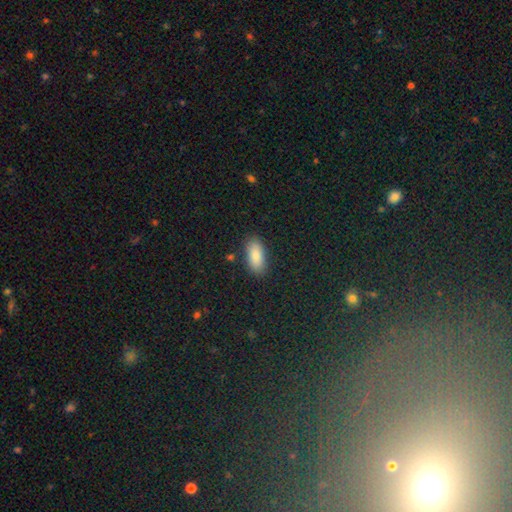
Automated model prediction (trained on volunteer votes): A smooth galaxy with no disk features (87%) that is in between round and cigar-shaped (88%).

Vote fractions:
- Smooth or featured? smooth: 87% / star or artifact: 7% / featured or disk: 6%
- How rounded? in between: 88% / cigar-shaped: 9% / round: 3%
- Merging? none: 85% / minor disturbance: 11% / major disturbance: 3% / merger: 2%